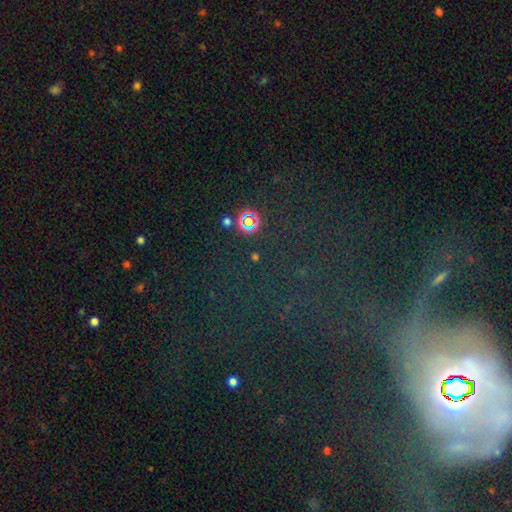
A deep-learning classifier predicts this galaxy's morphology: Smooth or featured: star or artifact — 54% (featured or disk — 29%)